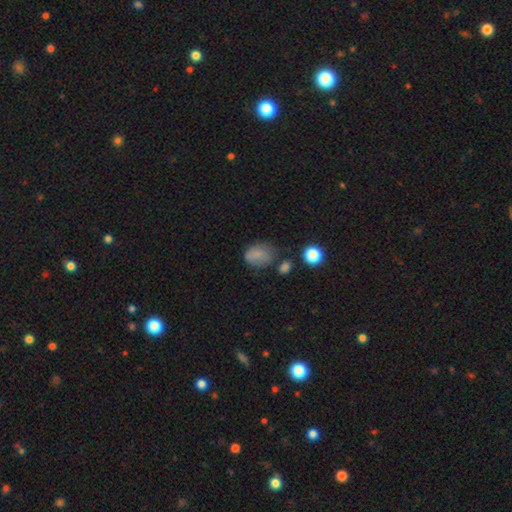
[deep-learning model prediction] Smooth or featured? Predicted: smooth (p=0.77). How rounded? Predicted: in between (p=0.62). Merging? Predicted: none (p=0.49).